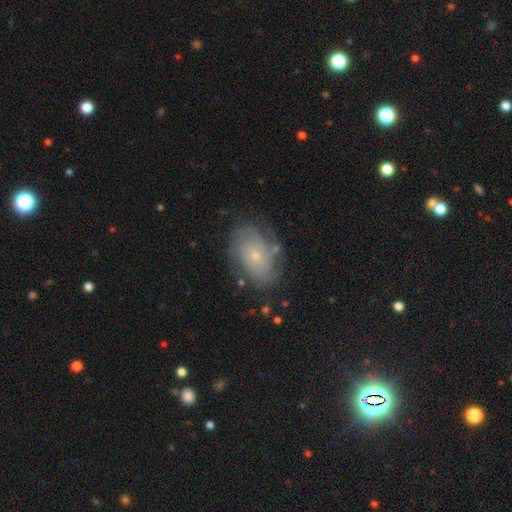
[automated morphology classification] This appears to be a featured or disk galaxy (62%) with no bar (81%), spiral arms (78%) and a small central bulge (73%). Merging: none (68%).